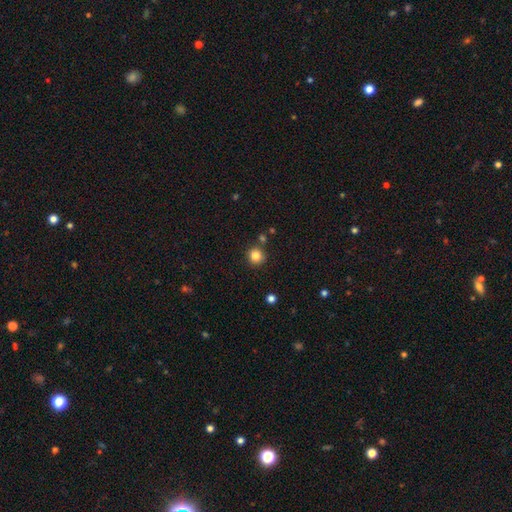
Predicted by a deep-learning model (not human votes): Overall: smooth (84%). How rounded: round (93%). Merging: none (84%).